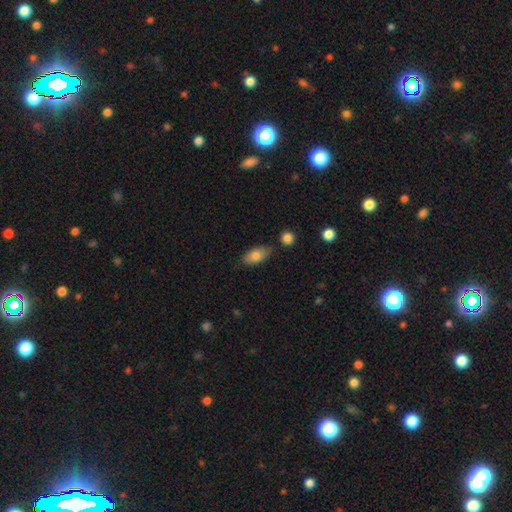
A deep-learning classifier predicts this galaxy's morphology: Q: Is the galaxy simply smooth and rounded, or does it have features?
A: smooth — 79%.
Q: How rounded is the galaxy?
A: in between — 89%.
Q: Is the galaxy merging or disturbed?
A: none — 76%.